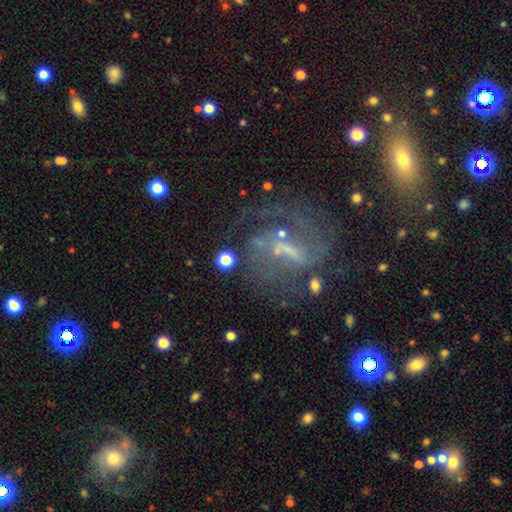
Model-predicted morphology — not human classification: Overall: featured or disk (64%). Edge-on disk: no (89%). Bar: strong (47%; weak 36%). Spiral arms: yes (77%). Bulge size: small (43%; none 32%). Merging: none (63%).